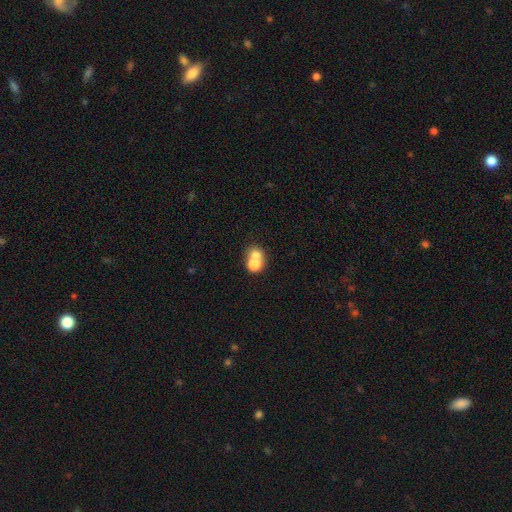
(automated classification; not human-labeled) A smooth galaxy with no disk features (71%) that is round (69%).

Vote fractions:
- Smooth or featured? smooth: 71% / featured or disk: 18% / star or artifact: 12%
- How rounded? round: 69% / in between: 31% / cigar-shaped: 1%
- Merging? merger: 61% / none: 30% / minor disturbance: 6% / major disturbance: 4%